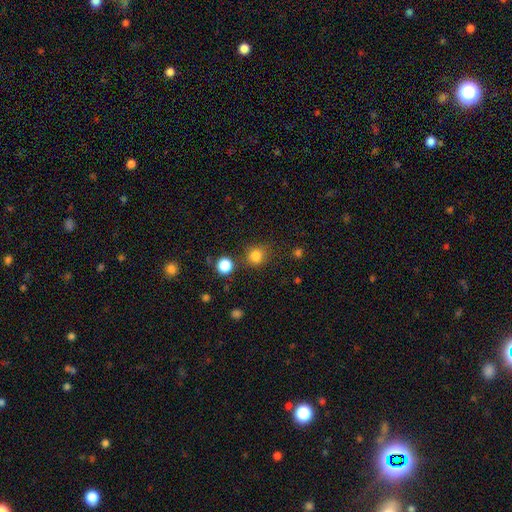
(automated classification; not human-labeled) Smooth or featured? smooth (81%)
How rounded? round (80%)
Merging? none (74%)